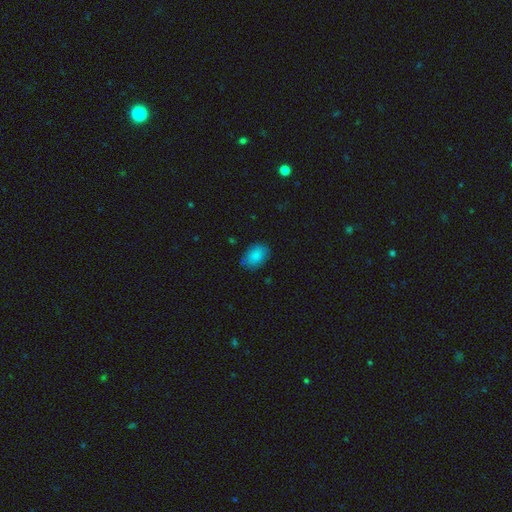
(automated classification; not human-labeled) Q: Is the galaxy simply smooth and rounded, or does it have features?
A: smooth — 87%.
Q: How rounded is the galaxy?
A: in between — 82%.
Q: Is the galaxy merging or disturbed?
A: none — 80%.